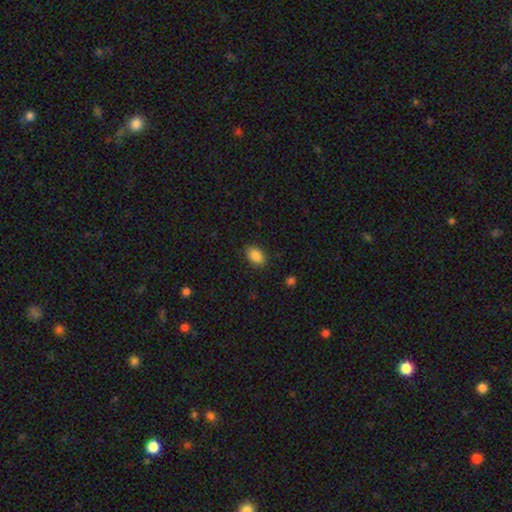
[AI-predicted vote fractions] The model was most divided on "how rounded": in between: 84%, round: 15%, cigar-shaped: 1%. More confident: smooth or featured — smooth (88%); merging — none (86%).